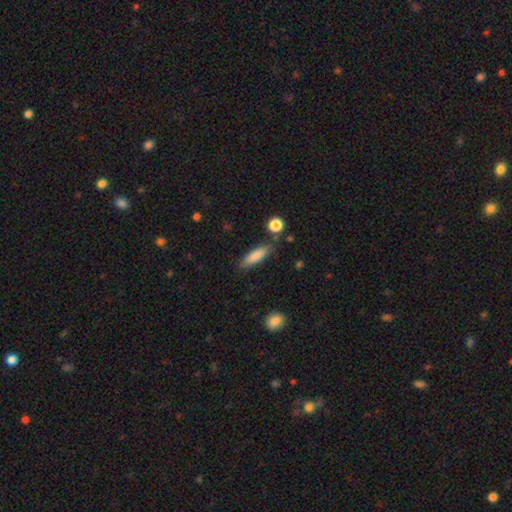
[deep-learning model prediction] The model was most divided on "how rounded": cigar-shaped: 64%, in between: 33%, round: 2%. More confident: smooth or featured — smooth (81%); merging — none (79%).